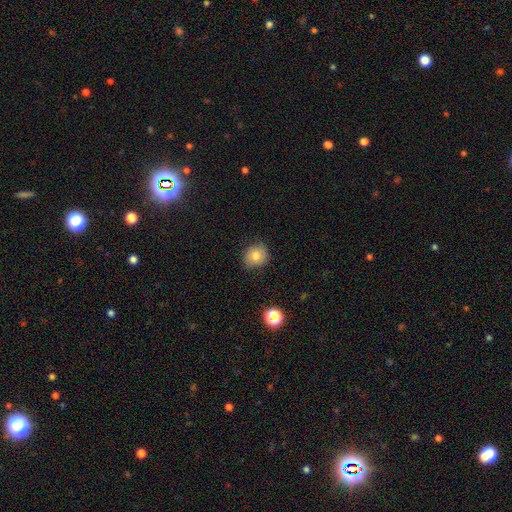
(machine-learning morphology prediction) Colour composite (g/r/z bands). It shows a smooth galaxy with no disk features (78%) that is round (78%). Merging: none (80%).